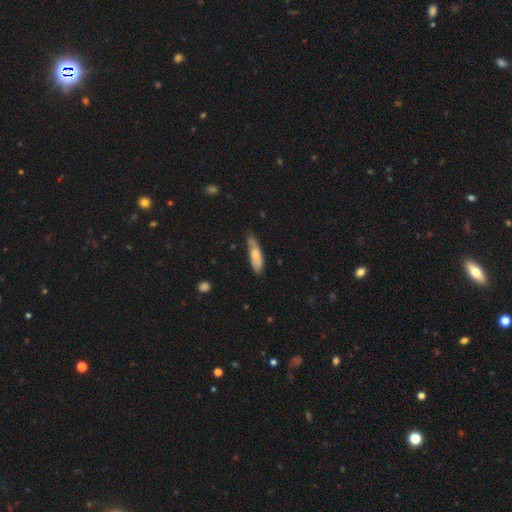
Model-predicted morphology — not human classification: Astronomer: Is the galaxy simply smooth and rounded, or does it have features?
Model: smooth — 61%.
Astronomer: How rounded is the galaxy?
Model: cigar-shaped — 51% (runner-up: in between, 47%).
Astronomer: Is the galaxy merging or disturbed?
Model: none — 62%.